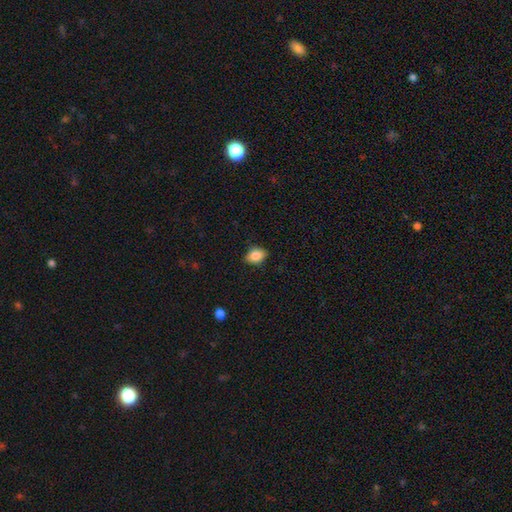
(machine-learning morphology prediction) type=smooth (86%); roundness=in between (70%); merging=none (85%).